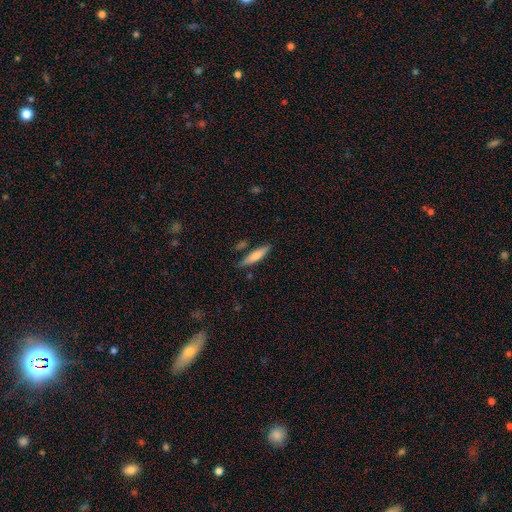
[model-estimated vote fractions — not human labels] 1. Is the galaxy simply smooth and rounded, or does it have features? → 63% smooth, 32% featured or disk, 6% star or artifact.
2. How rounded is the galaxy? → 82% cigar-shaped, 17% in between, 2% round.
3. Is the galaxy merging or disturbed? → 79% none, 13% minor disturbance, 5% merger, 3% major disturbance.